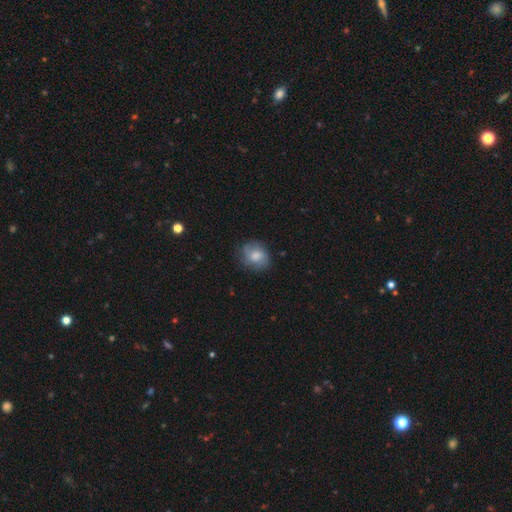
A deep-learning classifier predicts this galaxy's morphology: type=smooth (60%); roundness=round (65%); merging=none (73%).